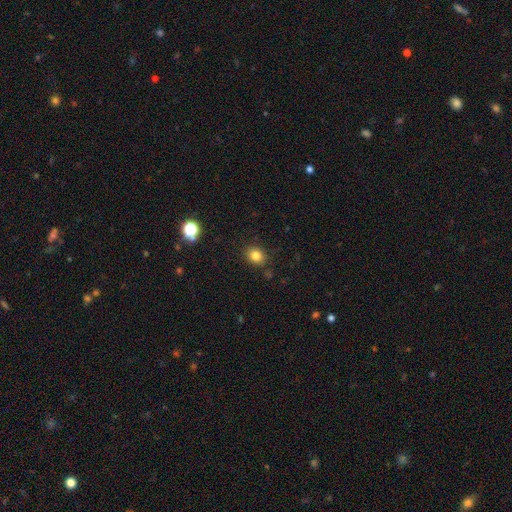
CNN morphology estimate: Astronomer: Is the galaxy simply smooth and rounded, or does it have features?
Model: smooth — 81%.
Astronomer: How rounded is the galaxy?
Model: round — 62% (runner-up: in between, 38%).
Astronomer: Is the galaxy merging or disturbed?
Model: none — 86%.